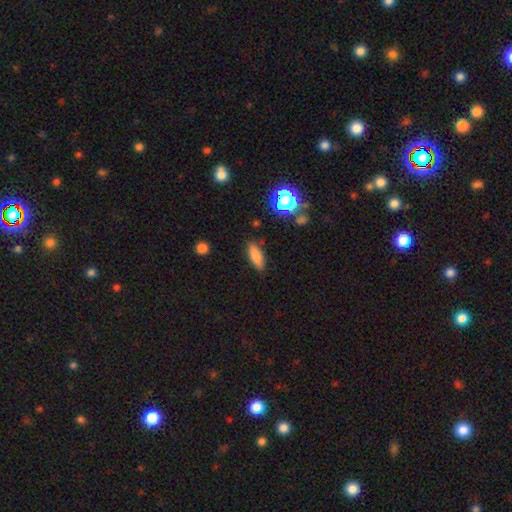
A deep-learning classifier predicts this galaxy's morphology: This is likely a smooth galaxy (78%). How rounded: likely in between (62%). Merging: clearly none (84%).